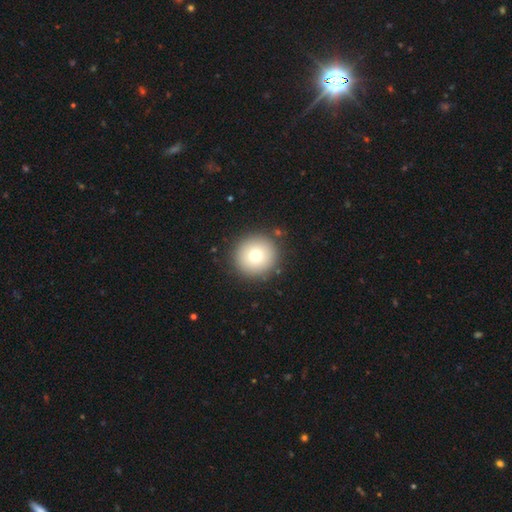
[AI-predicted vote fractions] The model was most divided on "smooth or featured": smooth: 77%, featured or disk: 13%, star or artifact: 11%. More confident: how rounded — round (96%); merging — none (90%).